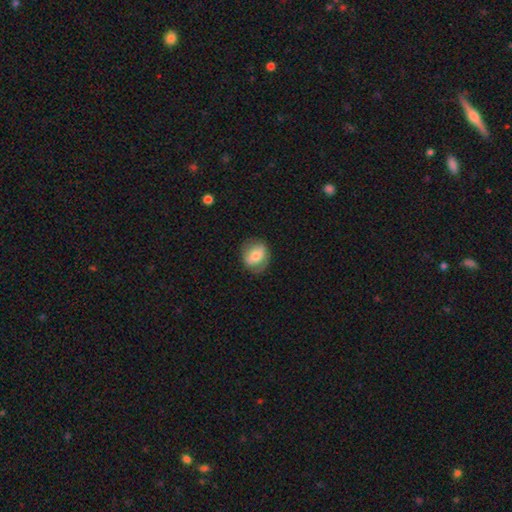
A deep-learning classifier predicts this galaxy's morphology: smooth_or_featured: smooth (p=0.67) [alt: featured or disk p=0.25]
how_rounded: round (p=0.55) [alt: in between p=0.44]
merging: none (p=0.77) [alt: minor disturbance p=0.17]